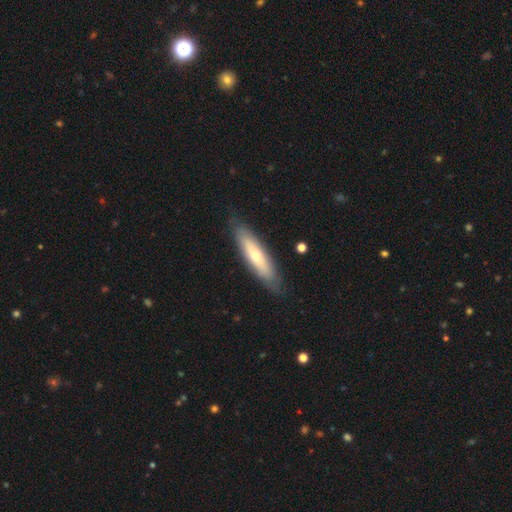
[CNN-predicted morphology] Q: Smooth or featured?
A: smooth (52%); runner-up: featured or disk (42%)
Q: How rounded?
A: cigar-shaped (71%); runner-up: in between (27%)
Q: Merging?
A: none (84%); runner-up: minor disturbance (12%)